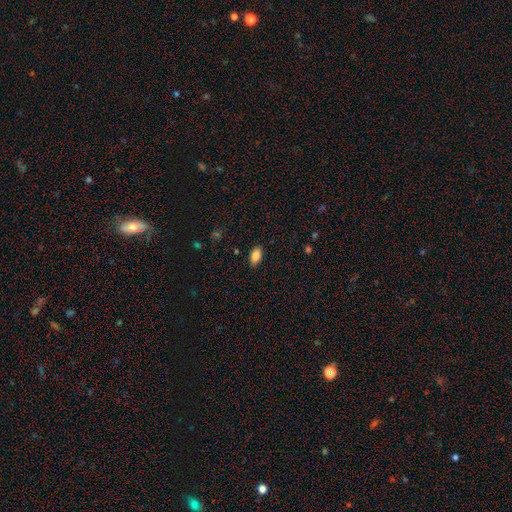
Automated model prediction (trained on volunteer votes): smooth 84%, star or artifact 8%, featured or disk 8%. Down the decision tree: how rounded — in between (91%); merging — none (88%).